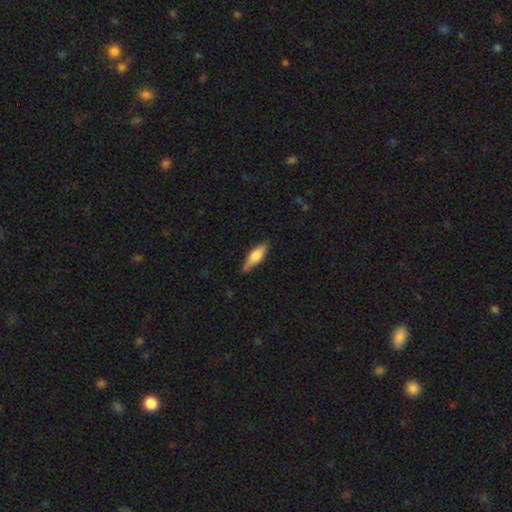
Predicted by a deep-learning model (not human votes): smooth-or-featured: smooth: 71% | featured or disk: 24% | star or artifact: 6%
  how-rounded: in between: 49% (tied) | cigar-shaped: 49% (tied) | round: 2%
  merging: none: 76% | minor disturbance: 19% | major disturbance: 3% | merger: 2%